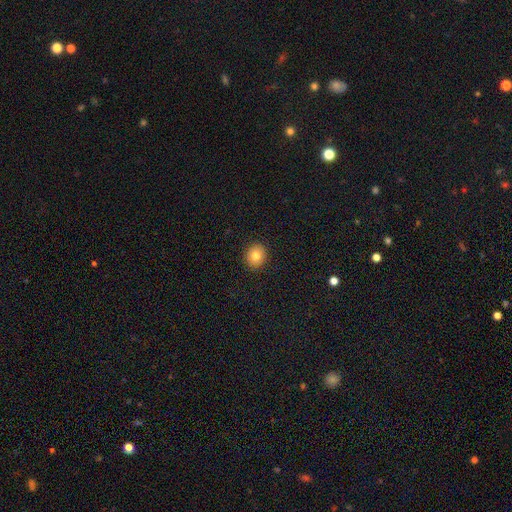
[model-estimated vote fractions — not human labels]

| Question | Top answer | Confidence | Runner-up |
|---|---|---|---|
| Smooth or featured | smooth | 81% | star or artifact (10%) |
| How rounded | round | 80% | in between (19%) |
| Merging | none | 91% | minor disturbance (6%) |